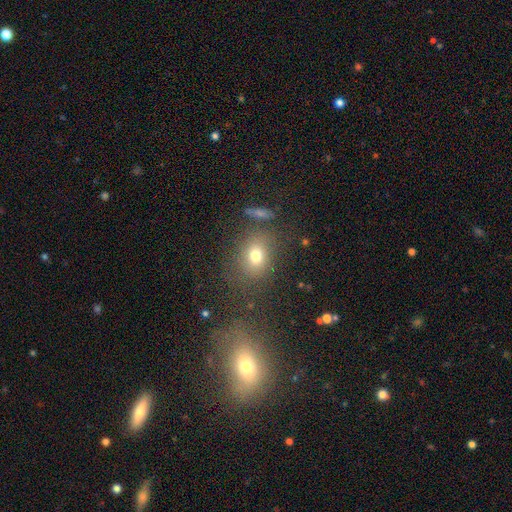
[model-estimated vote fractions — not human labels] Smooth or featured? smooth (72%)
How rounded? in between (50%)
Merging? none (73%)